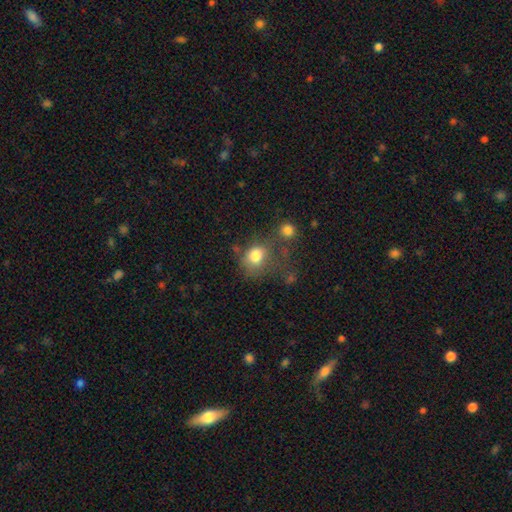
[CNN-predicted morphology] Smooth or featured: smooth — 79% (star or artifact — 11%)
How rounded: round — 58% (in between — 41%)
Merging: none — 43% (minor disturbance — 22%)